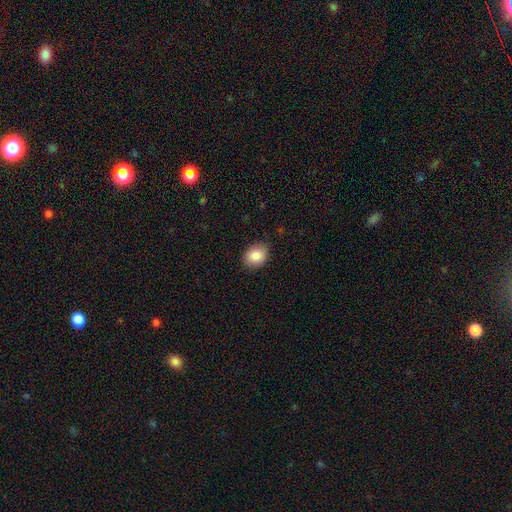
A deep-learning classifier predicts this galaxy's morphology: type=smooth (87%); roundness=in between (63%); merging=none (84%).